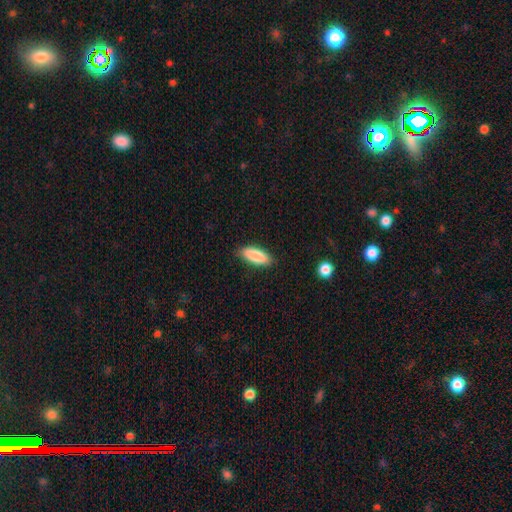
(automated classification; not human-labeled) smooth_or_featured: smooth (p=0.87) [alt: featured or disk p=0.07]
how_rounded: in between (p=0.72) [alt: cigar-shaped p=0.27]
merging: none (p=0.87) [alt: minor disturbance p=0.10]